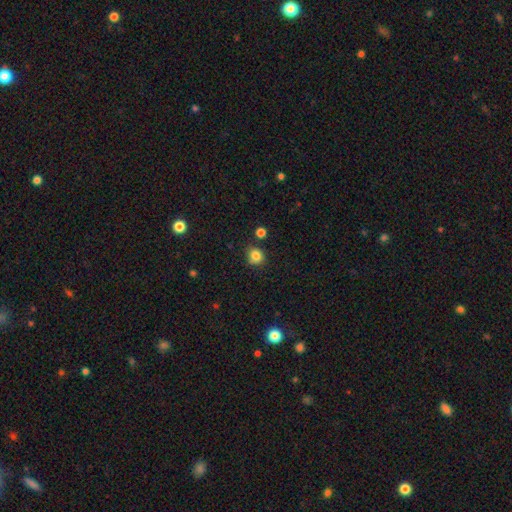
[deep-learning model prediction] smooth 82%, star or artifact 12%, featured or disk 6%. Down the decision tree: how rounded — round (79%); merging — none (75%).